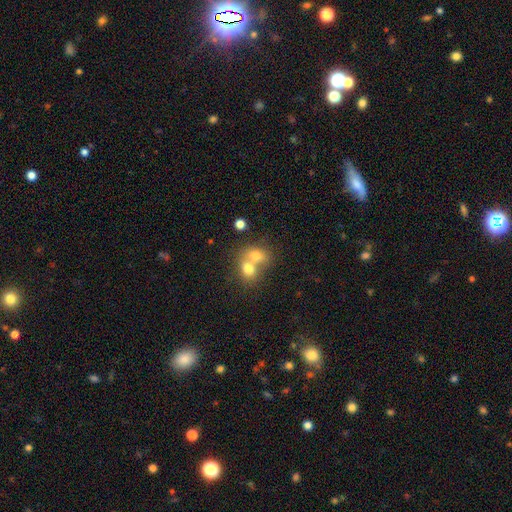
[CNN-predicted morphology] Smooth or featured? smooth (71%)
How rounded? in between (50%)
Merging? merger (71%)